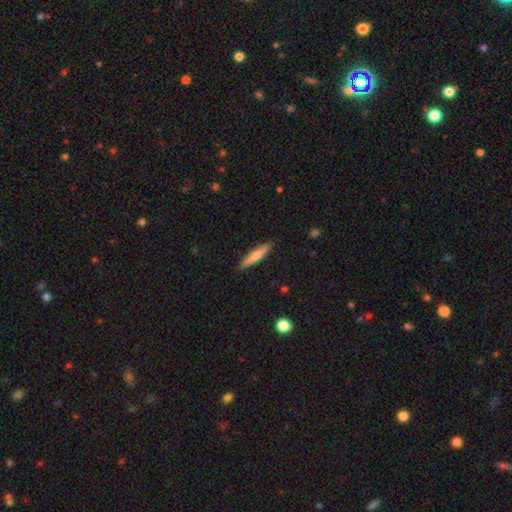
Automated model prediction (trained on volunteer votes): Smooth or featured?
  - smooth: 74% *
  - featured or disk: 20%
  - star or artifact: 6%
How rounded?
  - cigar-shaped: 87% *
  - in between: 11%
  - round: 1%
Merging?
  - none: 89% *
  - minor disturbance: 9%
  - major disturbance: 2%
  - merger: 1%